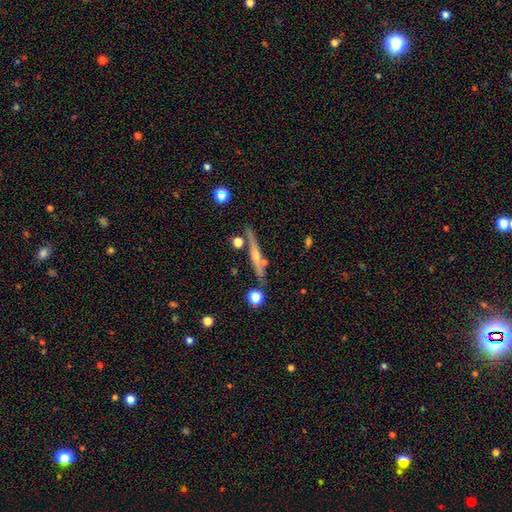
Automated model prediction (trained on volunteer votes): smooth_or_featured: featured or disk (p=0.67) [alt: smooth p=0.25]
disk_edge_on: yes (p=0.95) [alt: no p=0.05]
edge_on_bulge: rounded (p=0.80) [alt: none p=0.16]
merging: none (p=0.80) [alt: minor disturbance p=0.10]